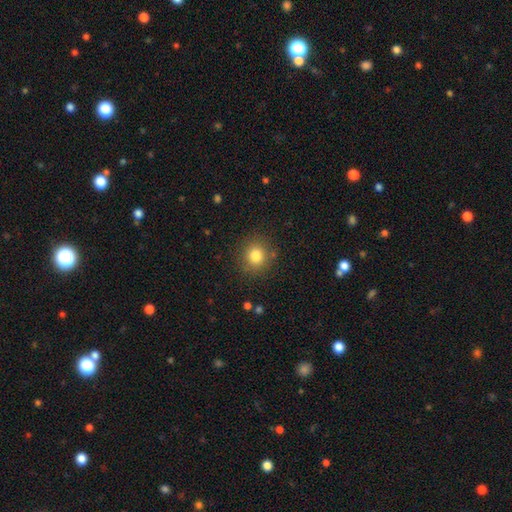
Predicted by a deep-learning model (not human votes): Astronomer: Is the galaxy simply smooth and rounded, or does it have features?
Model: smooth — 80%.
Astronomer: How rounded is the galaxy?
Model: round — 87%.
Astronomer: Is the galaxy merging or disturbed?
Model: none — 86%.